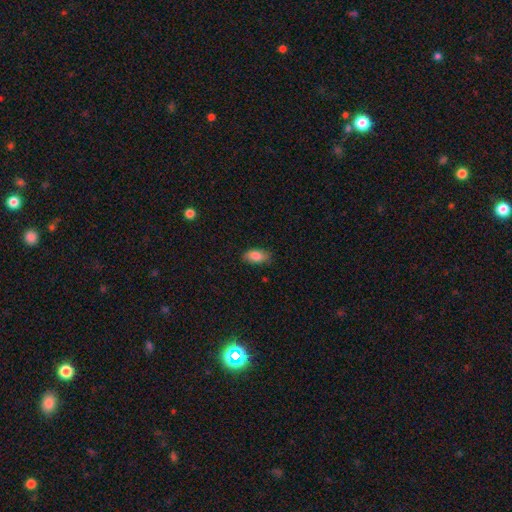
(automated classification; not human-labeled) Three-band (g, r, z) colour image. It shows a smooth galaxy with no disk features (85%) that is in between round and cigar-shaped (90%). Merging: none (76%).